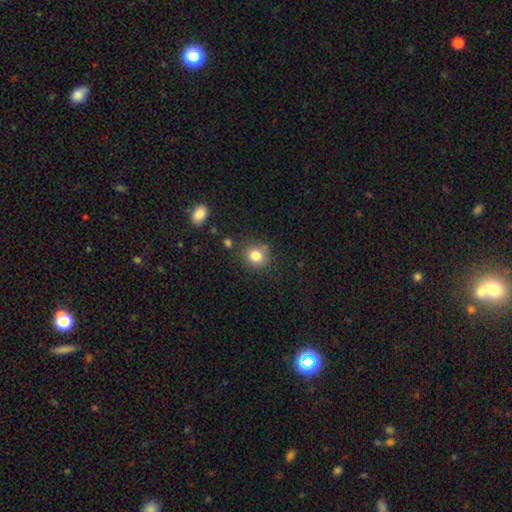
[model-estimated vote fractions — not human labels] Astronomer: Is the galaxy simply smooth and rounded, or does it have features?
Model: smooth — 82%.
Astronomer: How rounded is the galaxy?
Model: round — 77%.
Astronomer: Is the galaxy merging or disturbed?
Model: none — 77%.